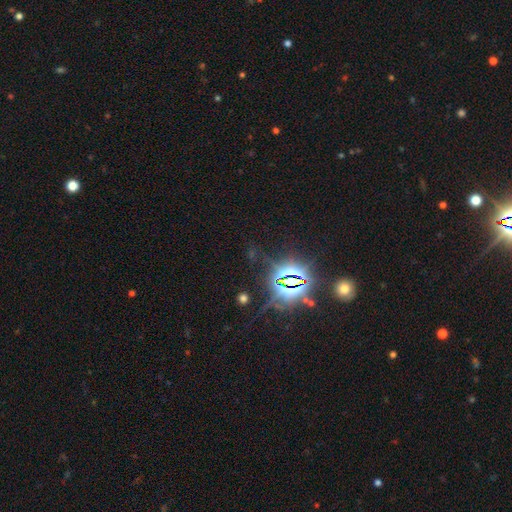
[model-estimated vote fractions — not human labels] This appears to be a star or artifact, not a galaxy (84%).